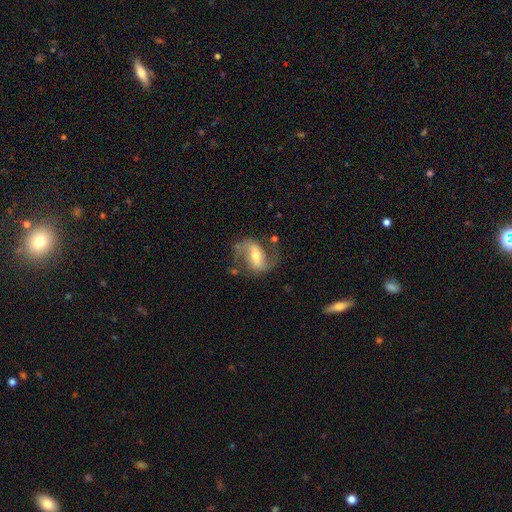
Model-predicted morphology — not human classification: Smooth or featured? Predicted: featured or disk (p=0.81). Edge-on disk? Predicted: no (p=0.96). Bar? Predicted: strong (p=0.43). Spiral arms? Predicted: yes (p=0.92). Spiral winding? Predicted: loose (p=0.48). Spiral arm count? Predicted: 2 (p=0.90). Bulge size? Predicted: moderate (p=0.59). Merging? Predicted: none (p=0.69).